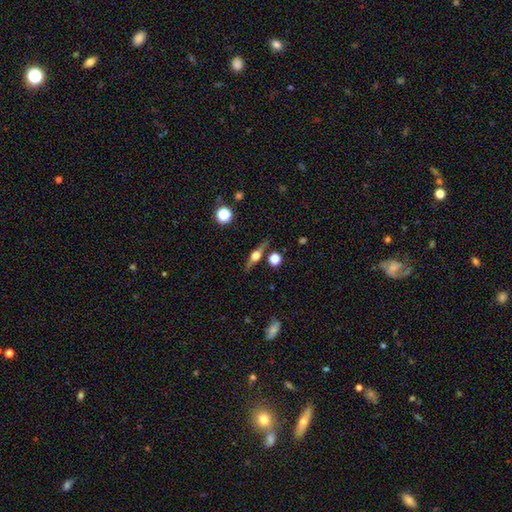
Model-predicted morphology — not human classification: This is likely a featured or disk galaxy (67%). It is clearly viewed edge-on (95%). Edge-on bulge: clearly rounded (94%). Merging: clearly none (84%).